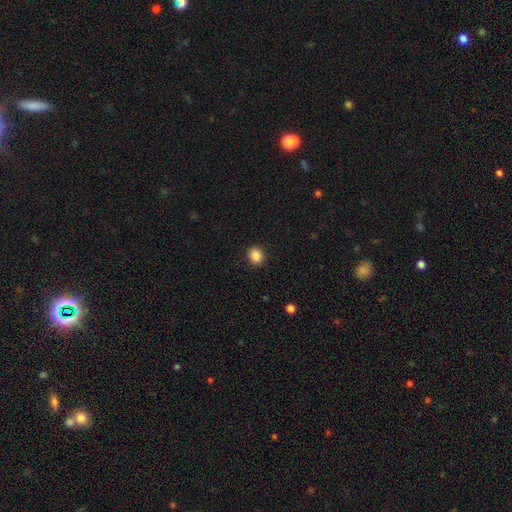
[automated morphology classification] smooth_or_featured: smooth (p=0.87) [alt: star or artifact p=0.10]
how_rounded: round (p=0.70) [alt: in between p=0.29]
merging: none (p=0.90) [alt: minor disturbance p=0.07]